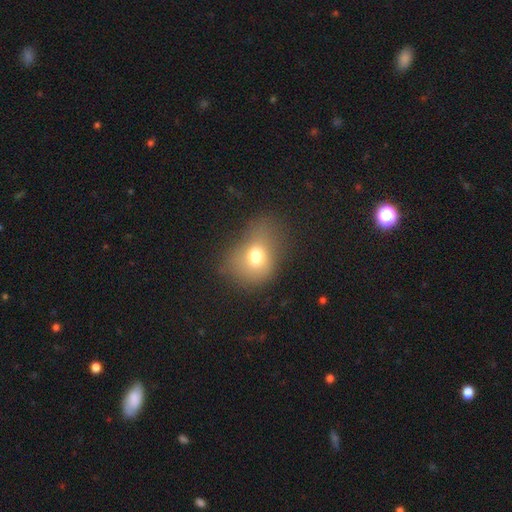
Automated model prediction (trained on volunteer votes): smooth 69%, featured or disk 17%, star or artifact 14%. Down the decision tree: how rounded — in between (64%); merging — none (52%).